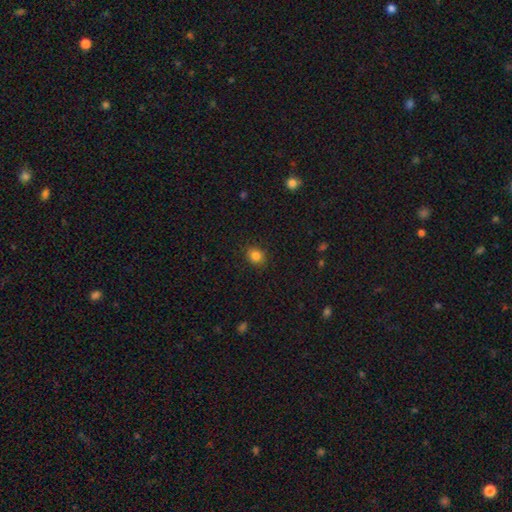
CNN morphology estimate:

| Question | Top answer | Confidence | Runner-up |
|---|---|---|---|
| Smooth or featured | smooth | 84% | star or artifact (11%) |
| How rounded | round | 64% | in between (35%) |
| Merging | none | 88% | minor disturbance (9%) |